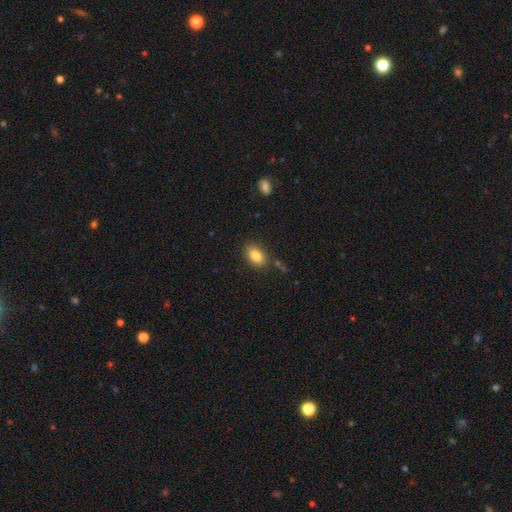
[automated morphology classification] Smooth or featured? smooth (85%)
How rounded? in between (89%)
Merging? none (82%)